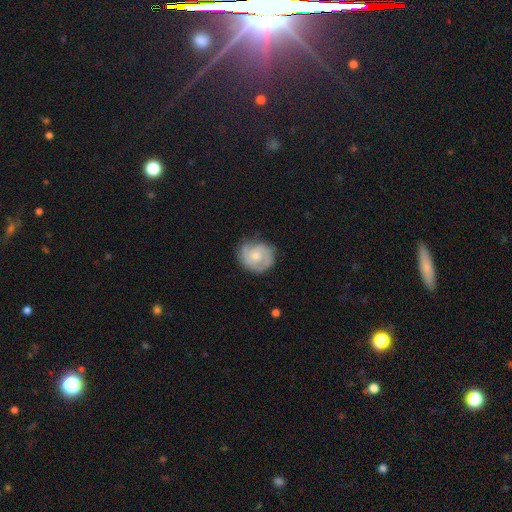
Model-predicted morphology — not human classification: Q: Smooth or featured?
A: featured or disk (69%); runner-up: smooth (25%)
Q: Edge-on disk?
A: no (98%); runner-up: yes (2%)
Q: Bar?
A: no (70%); runner-up: weak (27%)
Q: Spiral arms?
A: yes (91%); runner-up: no (9%)
Q: Spiral winding?
A: tight (54%); runner-up: medium (35%)
Q: Spiral arm count?
A: 2 (60%); runner-up: can't tell (19%)
Q: Bulge size?
A: moderate (48%); runner-up: small (39%)
Q: Merging?
A: none (74%); runner-up: minor disturbance (19%)